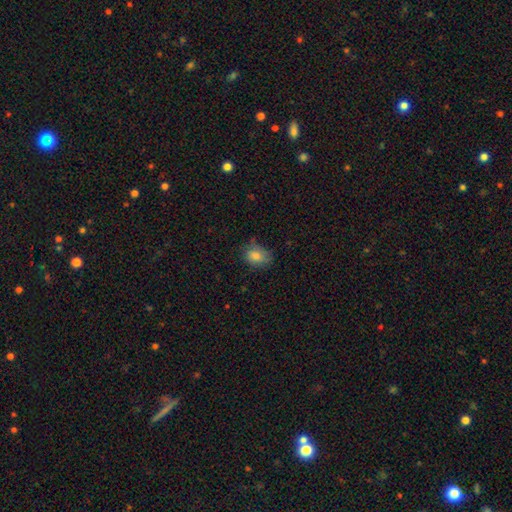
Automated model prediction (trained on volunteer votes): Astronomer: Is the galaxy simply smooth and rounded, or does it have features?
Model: smooth — 81%.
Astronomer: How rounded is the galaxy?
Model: in between — 71%.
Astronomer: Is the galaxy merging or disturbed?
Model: none — 66%.